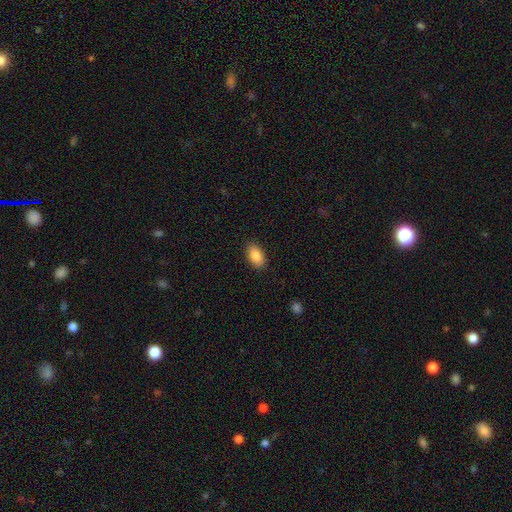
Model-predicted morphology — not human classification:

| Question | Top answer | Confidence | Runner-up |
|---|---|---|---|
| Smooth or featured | smooth | 88% | star or artifact (7%) |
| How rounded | in between | 93% | round (5%) |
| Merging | none | 88% | minor disturbance (9%) |